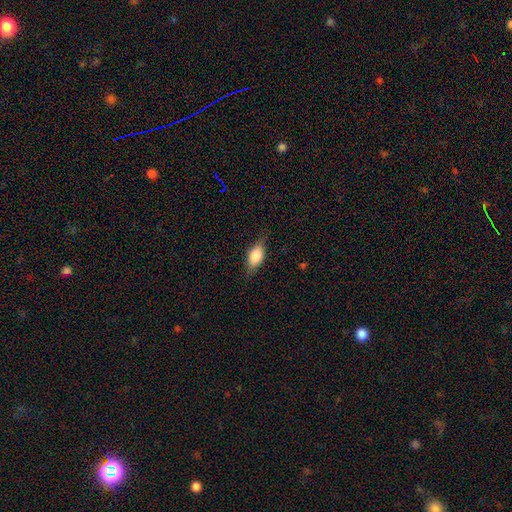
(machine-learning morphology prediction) Smooth or featured? smooth (76%)
How rounded? in between (85%)
Merging? none (76%)